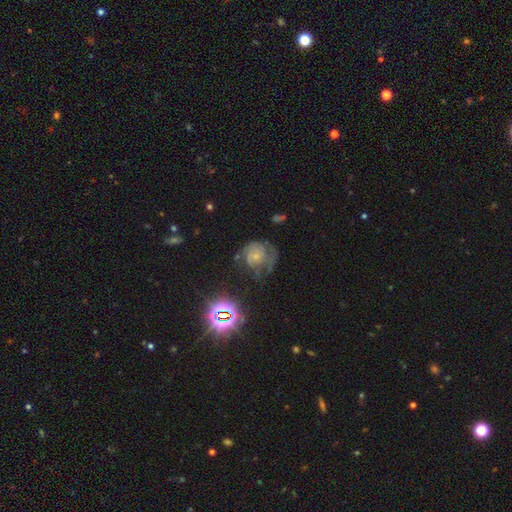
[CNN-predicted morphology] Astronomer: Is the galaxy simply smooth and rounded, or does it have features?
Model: featured or disk — 55%.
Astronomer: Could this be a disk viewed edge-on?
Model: no — 98%.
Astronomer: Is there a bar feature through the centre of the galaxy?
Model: no — 79%.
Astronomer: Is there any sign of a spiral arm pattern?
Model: yes — 74%.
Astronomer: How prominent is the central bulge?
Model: small — 56%.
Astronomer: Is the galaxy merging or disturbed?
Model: none — 39% (runner-up: major disturbance, 33%).